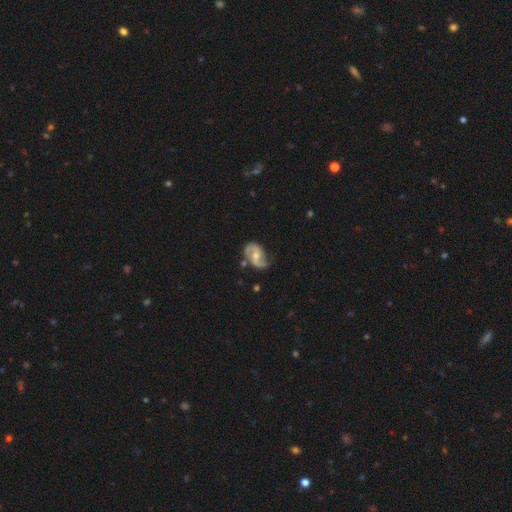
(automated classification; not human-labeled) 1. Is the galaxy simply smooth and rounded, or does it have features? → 80% featured or disk, 14% smooth, 5% star or artifact.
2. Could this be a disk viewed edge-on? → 97% no, 3% yes.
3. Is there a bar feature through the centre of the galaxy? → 53% no, 38% weak, 9% strong.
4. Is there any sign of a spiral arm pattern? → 92% yes, 8% no.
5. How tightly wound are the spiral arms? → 47% medium, 32% loose, 21% tight.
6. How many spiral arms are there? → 85% 2, 6% can't tell, 5% 1, 2% 3, 1% 4, 1% more than 4.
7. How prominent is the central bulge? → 65% moderate, 28% small, 4% large, 2% none, 1% dominant.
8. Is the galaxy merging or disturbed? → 59% none, 26% minor disturbance, 10% major disturbance, 5% merger.